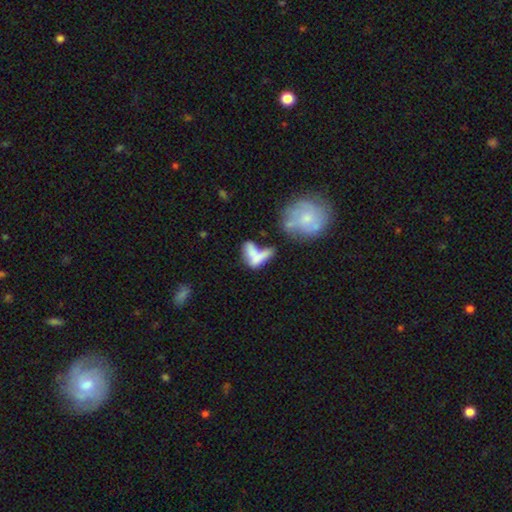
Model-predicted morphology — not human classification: A smooth galaxy with no disk features (60%) that is in between round and cigar-shaped (66%). Merging: merger (53%).